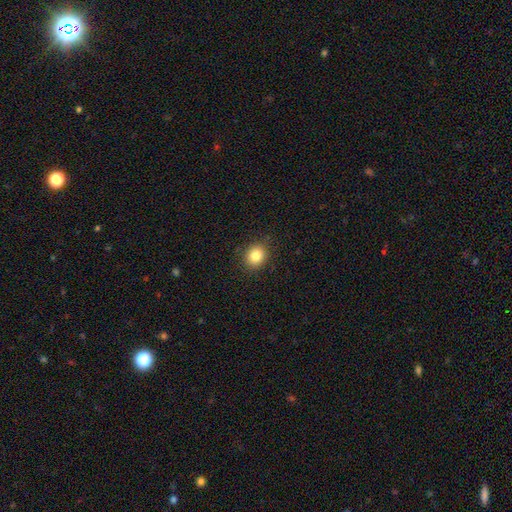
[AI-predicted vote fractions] This is clearly a smooth galaxy (84%). How rounded: likely round (69%). Merging: clearly none (89%).